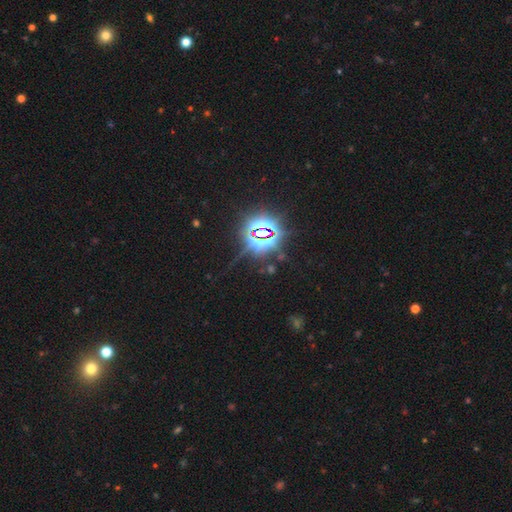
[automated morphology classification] A star or artifact, not a galaxy (84%).